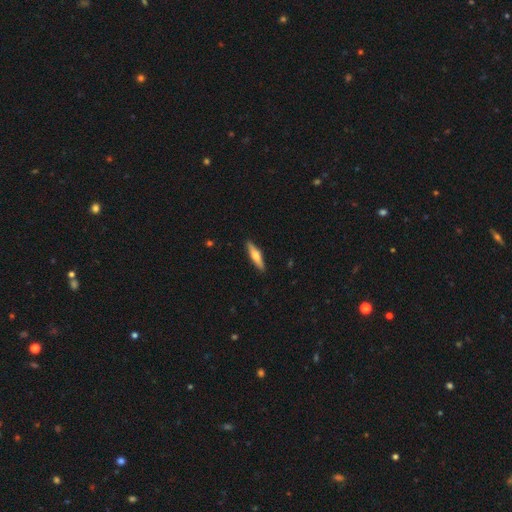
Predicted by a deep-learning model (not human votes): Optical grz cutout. It shows a smooth galaxy with no disk features (48%). Merging: none (90%).